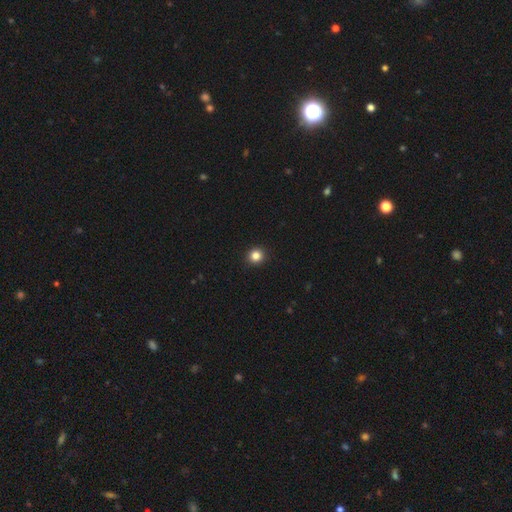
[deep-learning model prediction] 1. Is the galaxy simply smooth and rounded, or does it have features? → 84% smooth, 12% star or artifact, 4% featured or disk.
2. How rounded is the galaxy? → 92% round, 7% in between, 1% cigar-shaped.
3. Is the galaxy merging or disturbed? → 93% none, 4% minor disturbance, 1% major disturbance, 1% merger.